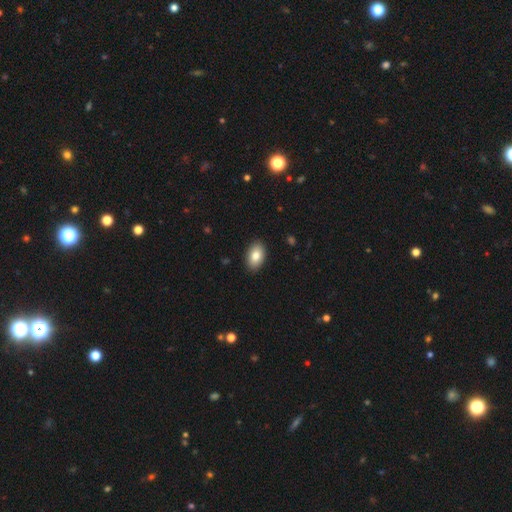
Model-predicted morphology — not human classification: type=smooth (83%); roundness=in between (90%); merging=none (89%).